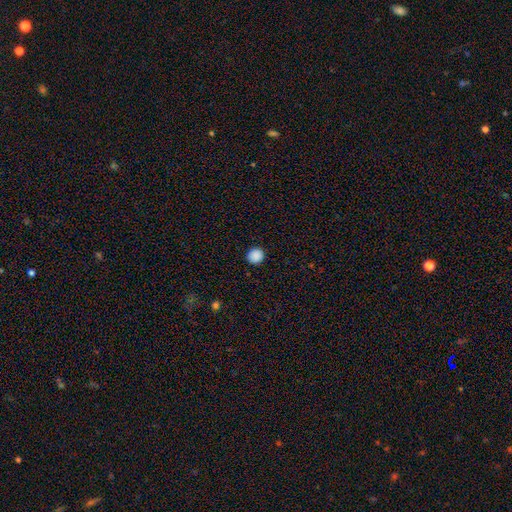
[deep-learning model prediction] This is clearly a smooth galaxy (89%). How rounded: clearly round (89%). Merging: clearly none (92%).